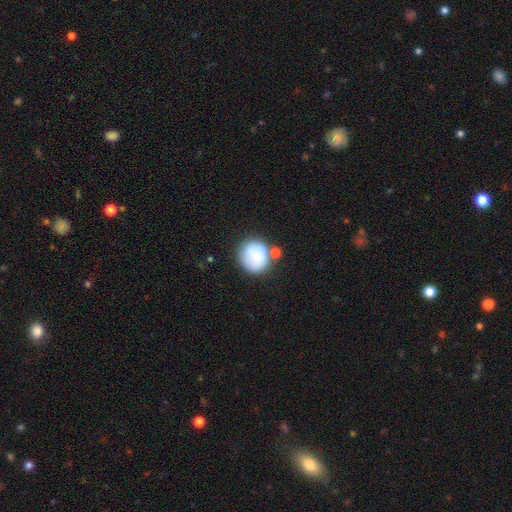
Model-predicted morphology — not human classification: This is likely a smooth galaxy (79%). How rounded: clearly round (84%). Merging: possibly none (56%).